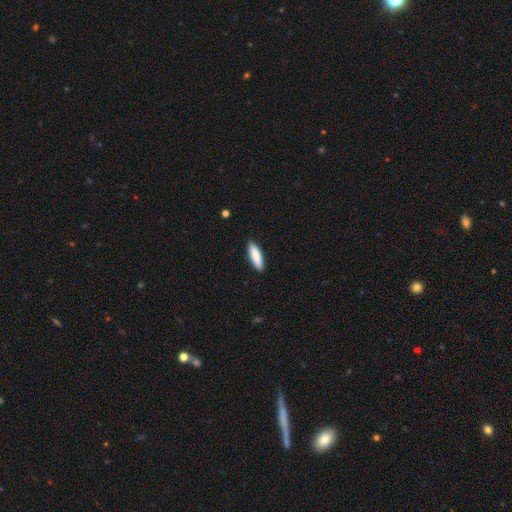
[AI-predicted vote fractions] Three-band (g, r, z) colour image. It shows a smooth galaxy with no disk features (87%) that is cigar-shaped (60%). Merging: none (90%).